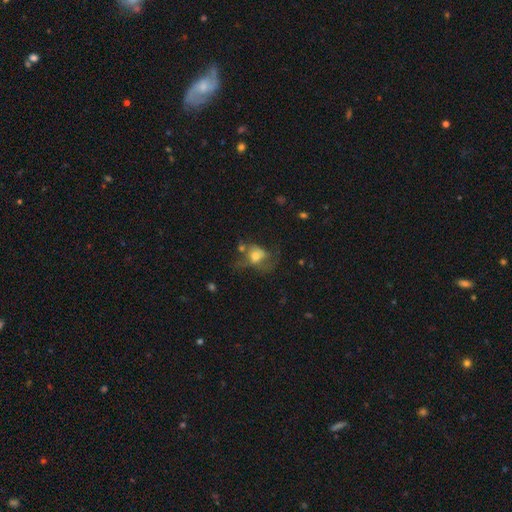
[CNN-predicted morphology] Smooth or featured? Predicted: smooth (p=0.56). How rounded? Predicted: in between (p=0.52). Merging? Predicted: major disturbance (p=0.43).